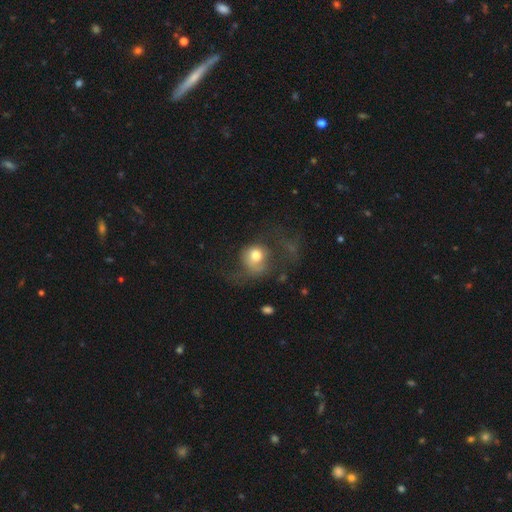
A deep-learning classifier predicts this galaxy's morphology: Q: Smooth or featured?
A: smooth (67%); runner-up: featured or disk (23%)
Q: How rounded?
A: round (74%); runner-up: in between (24%)
Q: Merging?
A: major disturbance (50%); runner-up: none (26%)